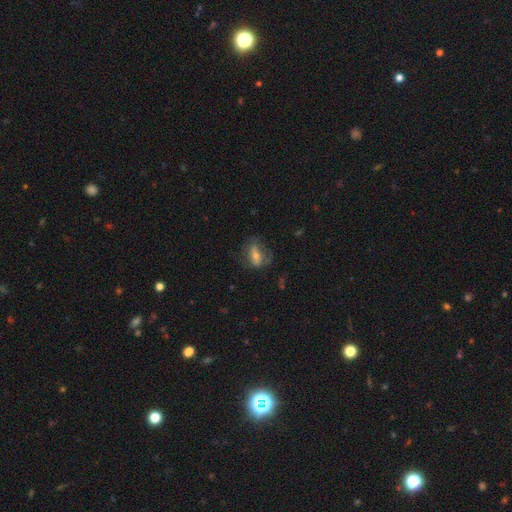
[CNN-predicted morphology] Overall: smooth (47%; featured or disk 44%). Merging: none (55%; minor disturbance 24%).